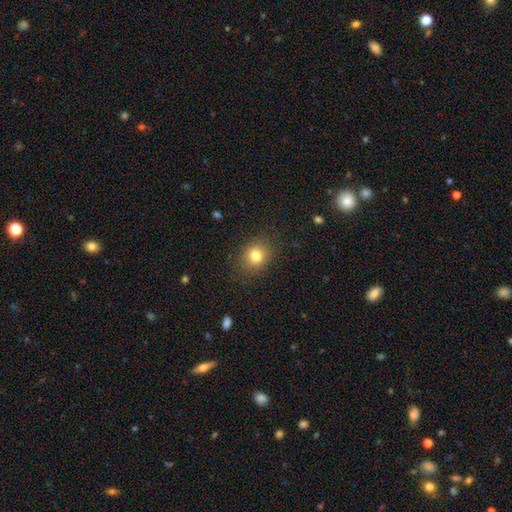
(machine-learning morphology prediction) Smooth or featured? smooth (80%)
How rounded? round (62%)
Merging? none (85%)